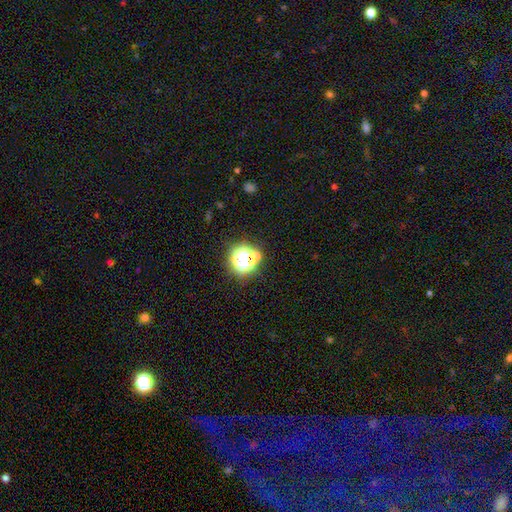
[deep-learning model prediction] A star or artifact, not a galaxy (56%).